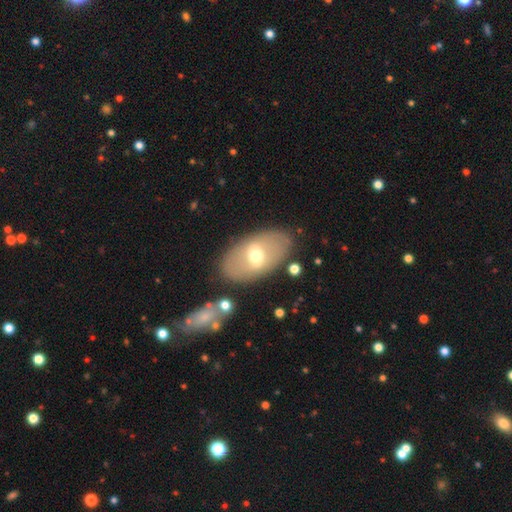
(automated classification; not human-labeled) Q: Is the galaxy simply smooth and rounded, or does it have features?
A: smooth — 49%.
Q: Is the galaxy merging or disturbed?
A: none — 82%.